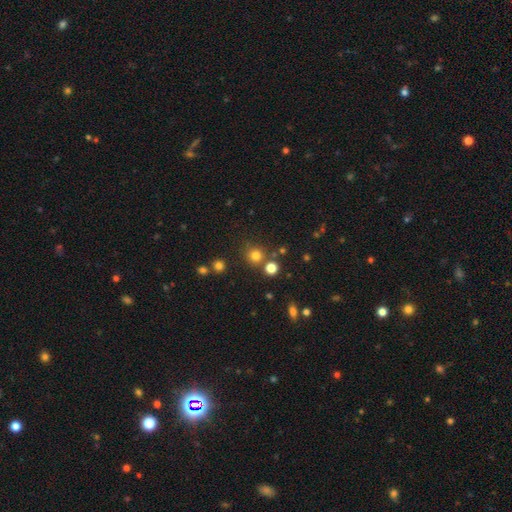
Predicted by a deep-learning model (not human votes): smooth-or-featured: smooth: 76% | star or artifact: 18% | featured or disk: 6%
  how-rounded: round: 92% | in between: 7% | cigar-shaped: 1%
  merging: none: 76% | merger: 11% | minor disturbance: 9% | major disturbance: 4%